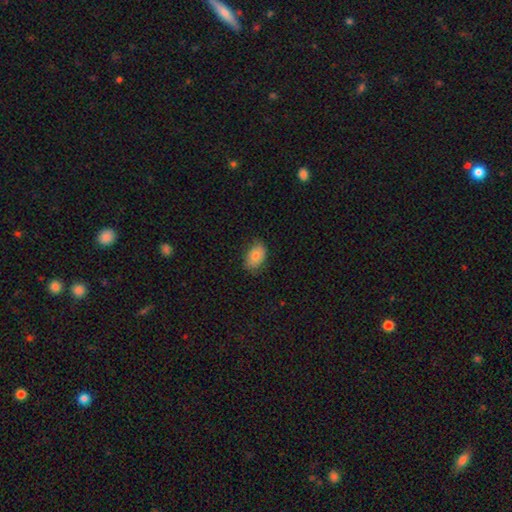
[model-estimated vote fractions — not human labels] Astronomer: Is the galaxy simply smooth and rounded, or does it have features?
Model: smooth — 85%.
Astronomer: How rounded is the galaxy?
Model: in between — 87%.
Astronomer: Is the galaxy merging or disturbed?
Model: none — 78%.